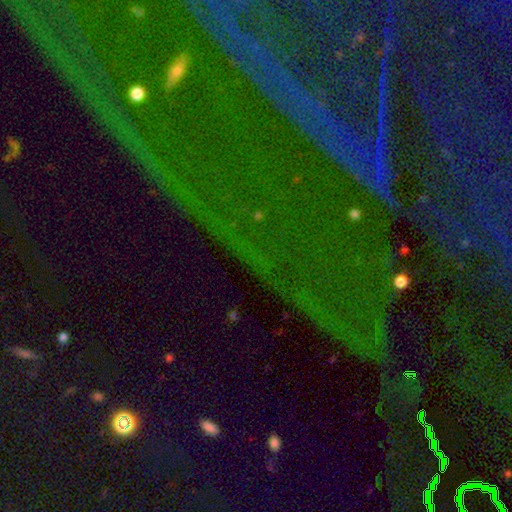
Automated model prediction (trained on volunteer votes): Smooth or featured: star or artifact — 64% (featured or disk — 22%)